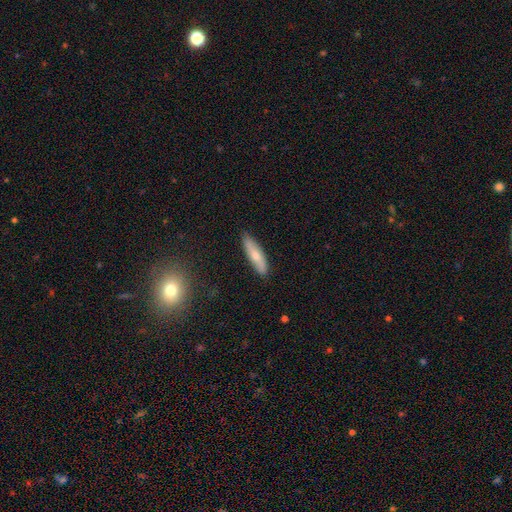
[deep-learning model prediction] smooth-or-featured: smooth: 62% | featured or disk: 31% | star or artifact: 6%
  how-rounded: cigar-shaped: 68% | in between: 30% | round: 2%
  merging: none: 85% | minor disturbance: 11% | major disturbance: 2% | merger: 1%